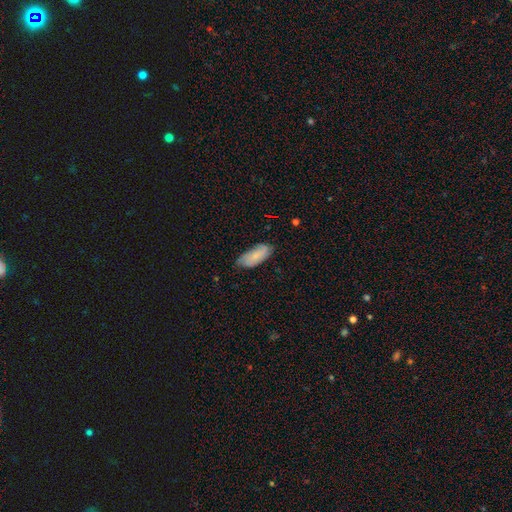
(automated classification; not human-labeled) Smooth or featured: smooth — 70% (featured or disk — 23%)
How rounded: in between — 83% (cigar-shaped — 16%)
Merging: none — 66% (minor disturbance — 28%)